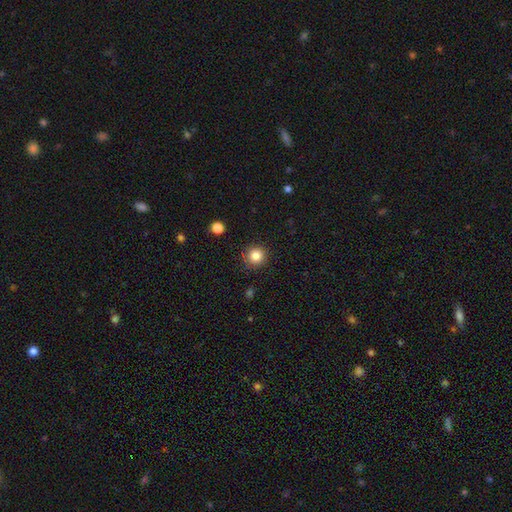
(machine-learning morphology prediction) The model was most divided on "smooth or featured": smooth: 84%, star or artifact: 11%, featured or disk: 5%. More confident: how rounded — round (94%); merging — none (89%).